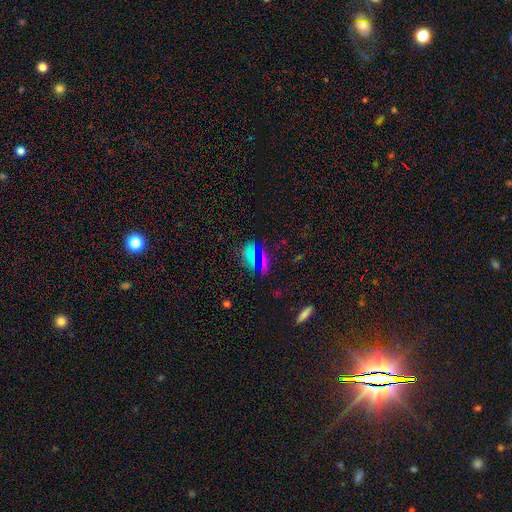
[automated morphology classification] smooth_or_featured: smooth (p=0.60) [alt: star or artifact p=0.28]
how_rounded: in between (p=0.65) [alt: round p=0.22]
merging: none (p=0.66) [alt: minor disturbance p=0.16]